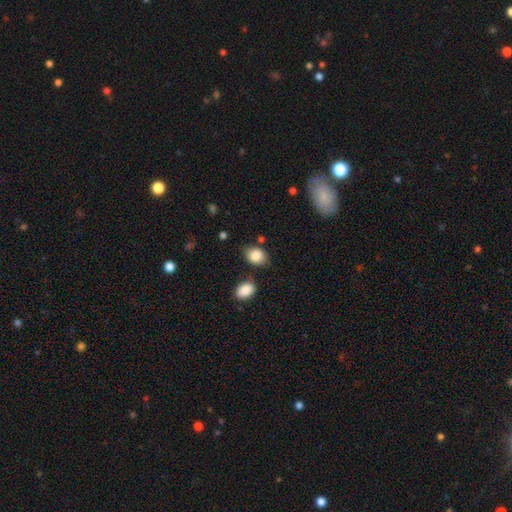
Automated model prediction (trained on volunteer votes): Q: Smooth or featured?
A: smooth (86%); runner-up: star or artifact (8%)
Q: How rounded?
A: in between (69%); runner-up: round (30%)
Q: Merging?
A: none (74%); runner-up: minor disturbance (16%)